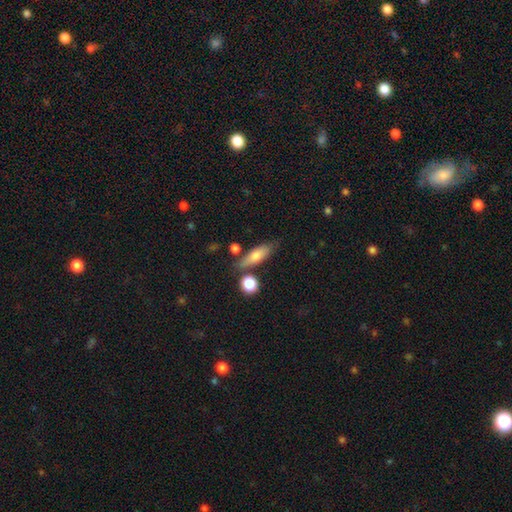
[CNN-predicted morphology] This appears to be a smooth galaxy with no disk features (70%) that is in between round and cigar-shaped (48%). Merging: none (69%).